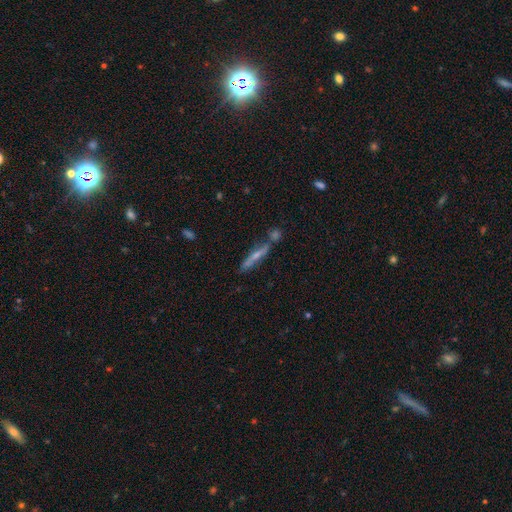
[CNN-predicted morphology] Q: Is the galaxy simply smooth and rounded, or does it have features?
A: featured or disk — 54%.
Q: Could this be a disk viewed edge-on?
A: yes — 81%.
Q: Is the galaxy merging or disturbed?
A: none — 64%.